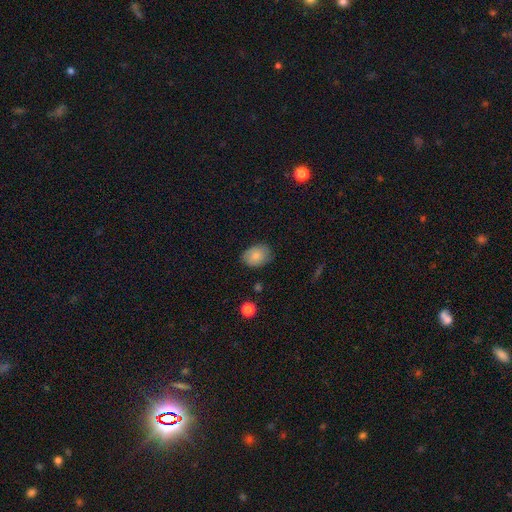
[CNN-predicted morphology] Q: Smooth or featured?
A: smooth (81%); runner-up: featured or disk (12%)
Q: How rounded?
A: in between (70%); runner-up: round (29%)
Q: Merging?
A: none (79%); runner-up: minor disturbance (17%)